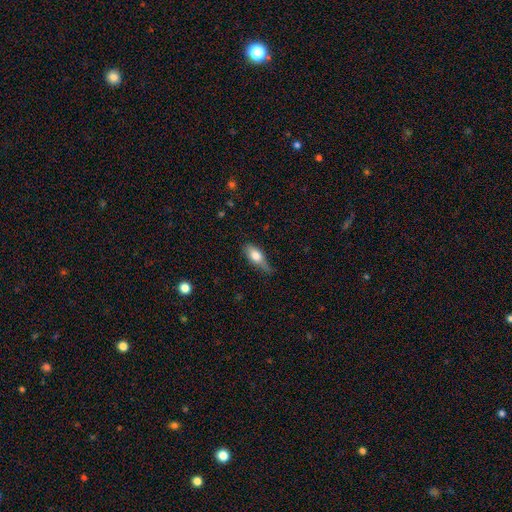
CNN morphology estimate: Smooth or featured? Predicted: smooth (p=0.72). How rounded? Predicted: in between (p=0.78). Merging? Predicted: none (p=0.50).